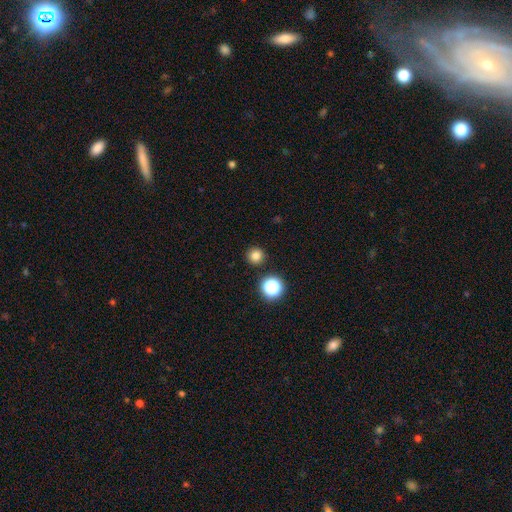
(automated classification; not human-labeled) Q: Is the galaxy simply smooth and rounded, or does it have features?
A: smooth — 79%.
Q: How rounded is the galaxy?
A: round — 95%.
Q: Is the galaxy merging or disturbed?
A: none — 91%.